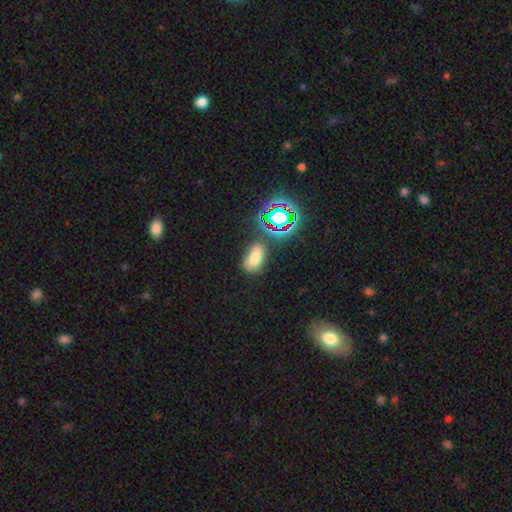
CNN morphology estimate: smooth-or-featured: smooth: 65% | star or artifact: 25% | featured or disk: 10%
  how-rounded: in between: 88% | round: 9% | cigar-shaped: 3%
  merging: none: 63% | minor disturbance: 20% | merger: 9% | major disturbance: 8%